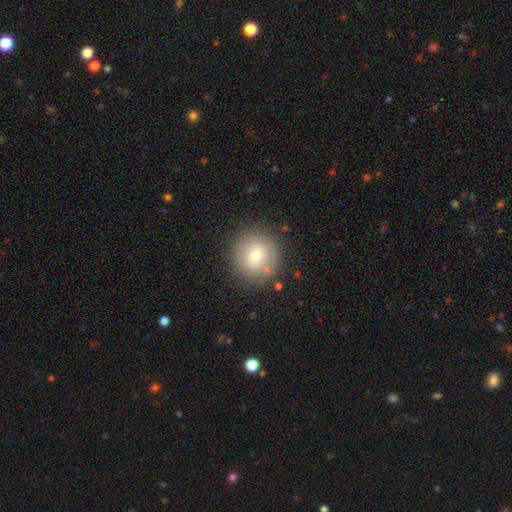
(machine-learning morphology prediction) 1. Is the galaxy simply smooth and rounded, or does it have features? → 67% smooth, 21% featured or disk, 11% star or artifact.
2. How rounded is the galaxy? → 91% round, 8% in between, 1% cigar-shaped.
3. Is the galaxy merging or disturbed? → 83% none, 10% minor disturbance, 4% major disturbance, 3% merger.